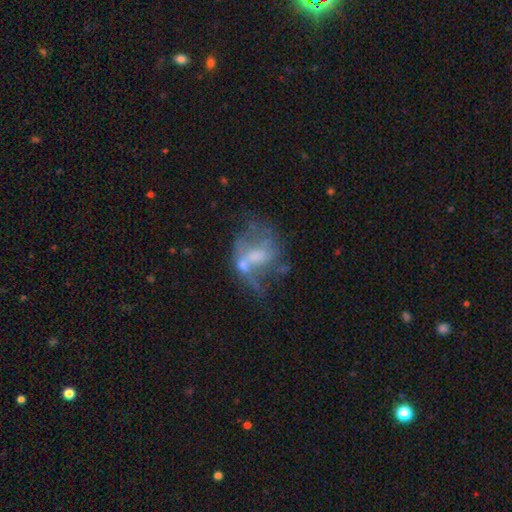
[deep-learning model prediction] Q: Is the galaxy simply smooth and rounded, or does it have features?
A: featured or disk — 63%.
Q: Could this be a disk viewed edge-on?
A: no — 97%.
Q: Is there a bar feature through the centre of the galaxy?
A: no — 58%.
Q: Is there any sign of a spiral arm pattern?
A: no — 56%.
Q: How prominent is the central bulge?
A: moderate — 36%.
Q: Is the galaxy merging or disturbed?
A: major disturbance — 33%.